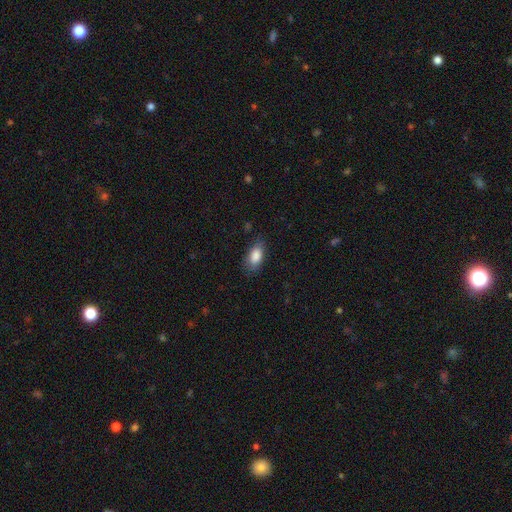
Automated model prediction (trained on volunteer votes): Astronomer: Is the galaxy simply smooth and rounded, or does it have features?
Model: smooth — 86%.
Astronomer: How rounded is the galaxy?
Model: in between — 90%.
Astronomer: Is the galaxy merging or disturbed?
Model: none — 74%.